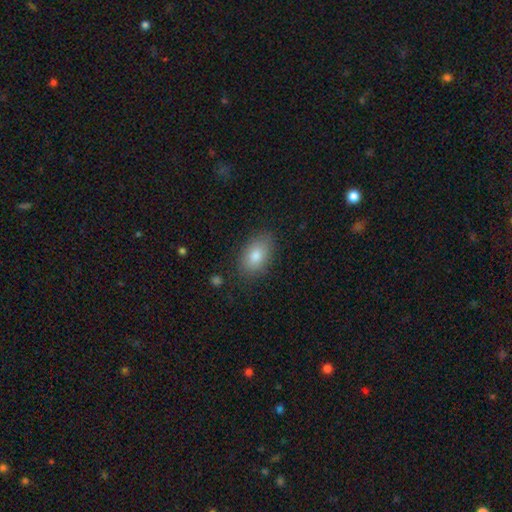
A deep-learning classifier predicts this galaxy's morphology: Smooth or featured?
  - smooth: 82% *
  - featured or disk: 10%
  - star or artifact: 8%
How rounded?
  - in between: 89% *
  - round: 9%
  - cigar-shaped: 2%
Merging?
  - none: 83% *
  - minor disturbance: 13%
  - major disturbance: 3%
  - merger: 1%